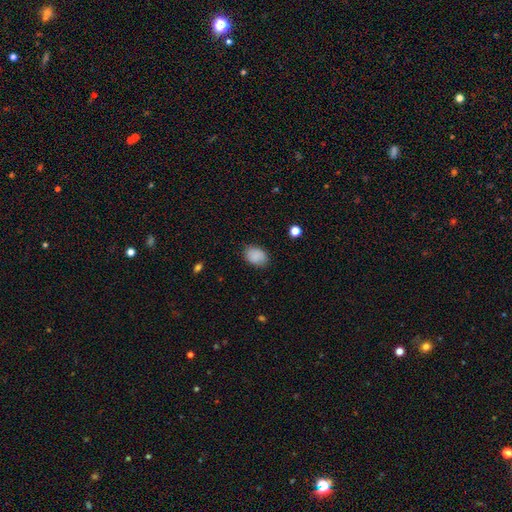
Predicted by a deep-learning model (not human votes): smooth-or-featured: smooth: 88% | star or artifact: 8% | featured or disk: 4%
  how-rounded: in between: 73% | round: 26% | cigar-shaped: 1%
  merging: none: 82% | minor disturbance: 14% | major disturbance: 3% | merger: 1%